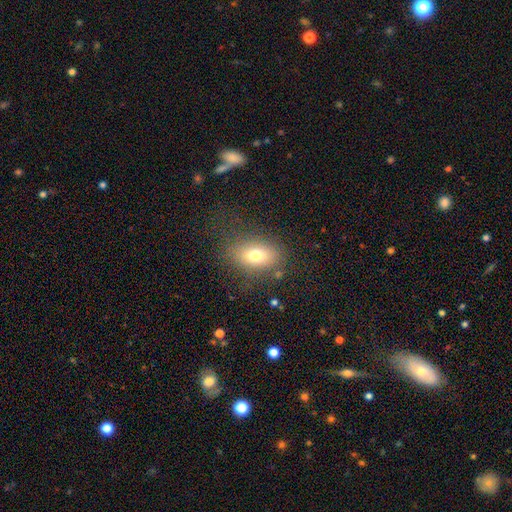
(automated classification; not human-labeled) Smooth or featured? smooth (73%)
How rounded? in between (79%)
Merging? none (75%)